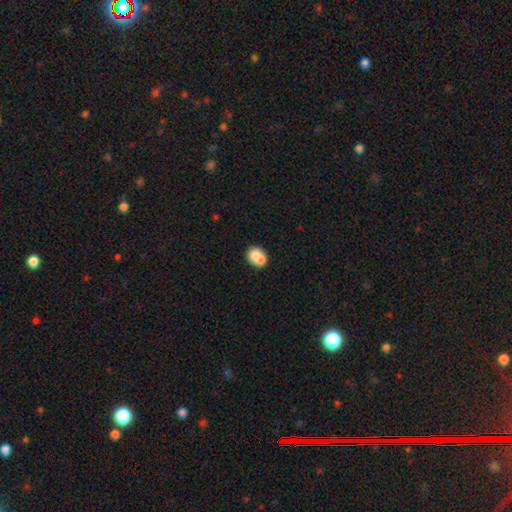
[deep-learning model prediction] smooth-or-featured: smooth: 74% | featured or disk: 18% | star or artifact: 9%
  how-rounded: round: 55% | in between: 44% | cigar-shaped: 1%
  merging: merger: 51% | none: 36% | minor disturbance: 10% | major disturbance: 3%